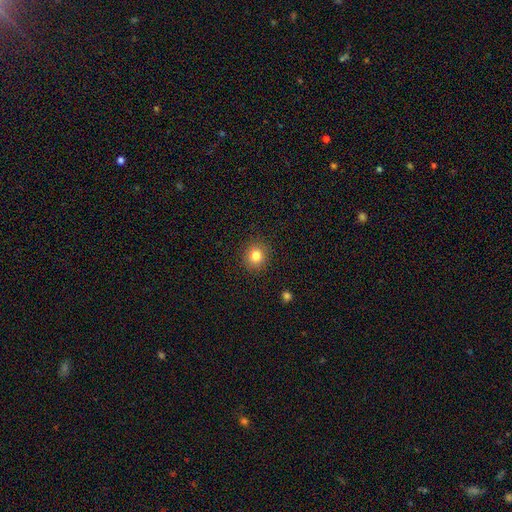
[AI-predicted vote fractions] Overall: smooth (82%). How rounded: round (85%). Merging: none (89%).